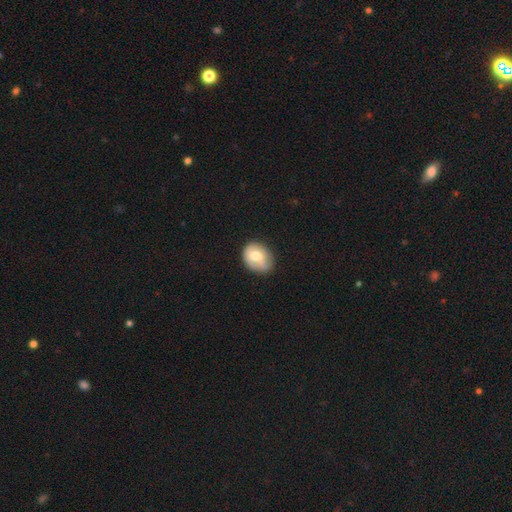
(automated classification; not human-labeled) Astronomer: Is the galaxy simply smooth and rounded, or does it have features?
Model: smooth — 62%.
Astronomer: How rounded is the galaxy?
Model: in between — 53% (runner-up: round, 46%).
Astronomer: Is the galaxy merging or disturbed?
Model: none — 65%.